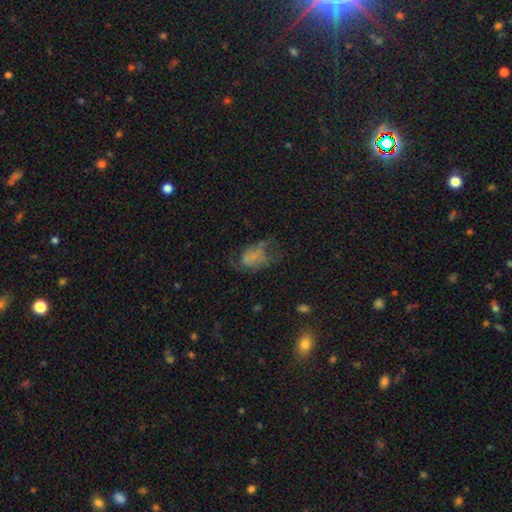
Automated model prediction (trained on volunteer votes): smooth_or_featured: smooth (p=0.47) [alt: featured or disk p=0.38]
merging: major disturbance (p=0.44) [alt: none p=0.28]